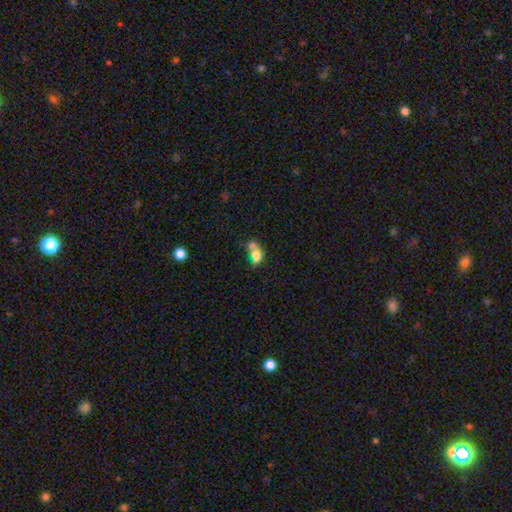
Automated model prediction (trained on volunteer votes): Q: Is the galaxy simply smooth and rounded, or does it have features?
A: smooth — 70%.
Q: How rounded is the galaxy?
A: in between — 67%.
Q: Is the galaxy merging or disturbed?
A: merger — 59%.